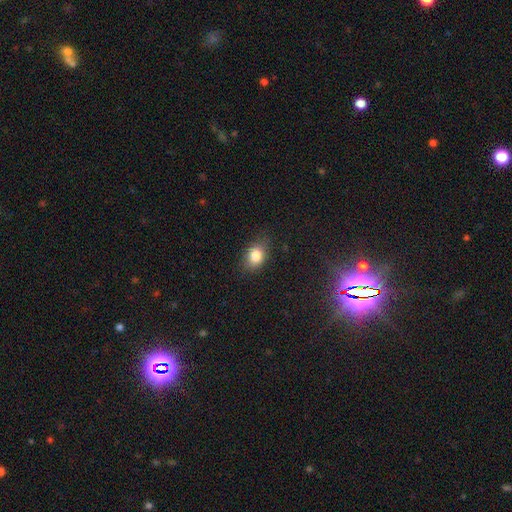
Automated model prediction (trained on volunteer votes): Smooth or featured? Predicted: smooth (p=0.83). How rounded? Predicted: in between (p=0.64). Merging? Predicted: none (p=0.77).